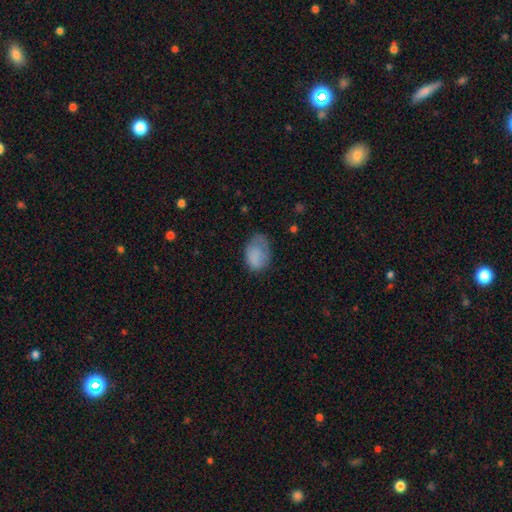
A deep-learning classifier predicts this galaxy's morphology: Smooth or featured? smooth (81%)
How rounded? in between (83%)
Merging? none (44%)